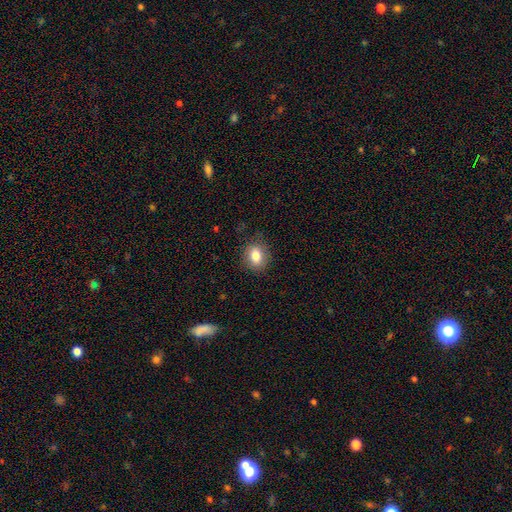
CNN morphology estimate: This is clearly a smooth galaxy (83%). How rounded: possibly in between (58%). Merging: clearly none (84%).